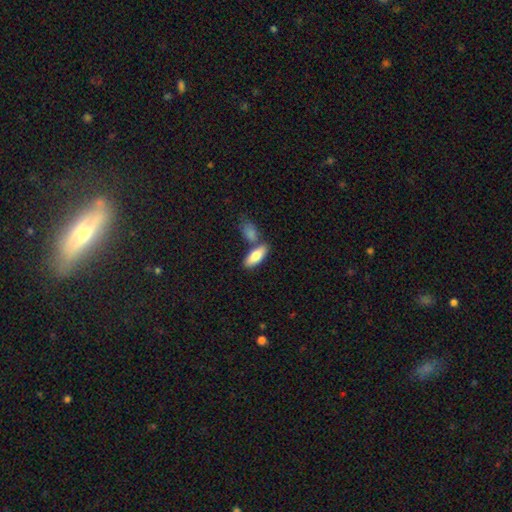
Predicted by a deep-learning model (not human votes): This appears to be a smooth galaxy with no disk features (81%) that is in between round and cigar-shaped (76%). Merging: none (60%).